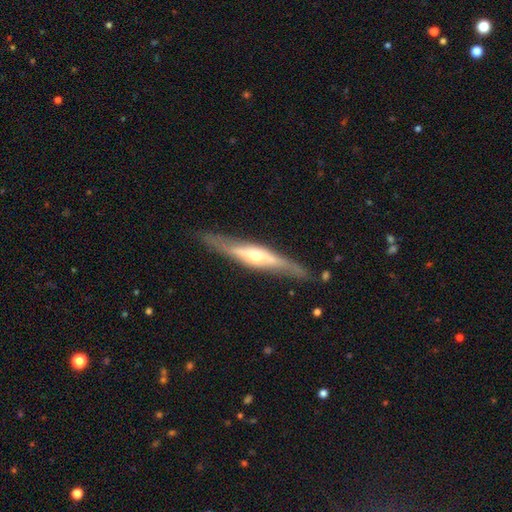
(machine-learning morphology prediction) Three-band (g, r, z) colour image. It shows a featured or disk galaxy (73%) viewed edge-on (88%) with a rounded central bulge (82%). Merging: none (84%).